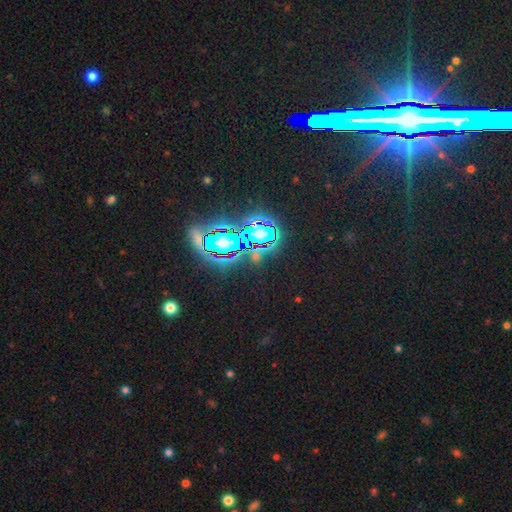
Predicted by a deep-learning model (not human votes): Overall: star or artifact (78%).